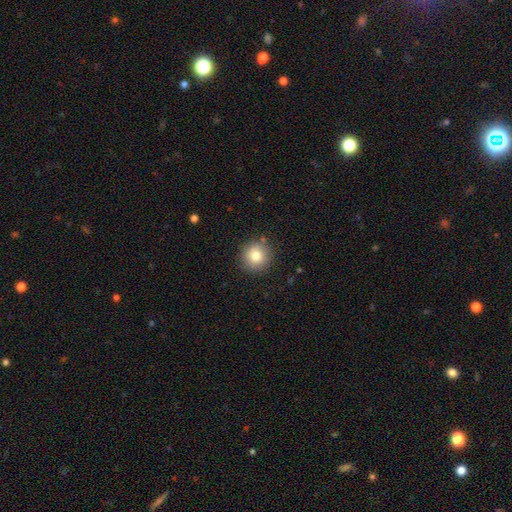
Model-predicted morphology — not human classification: smooth_or_featured: smooth (p=0.80) [alt: star or artifact p=0.10]
how_rounded: round (p=0.94) [alt: in between p=0.05]
merging: none (p=0.88) [alt: minor disturbance p=0.08]